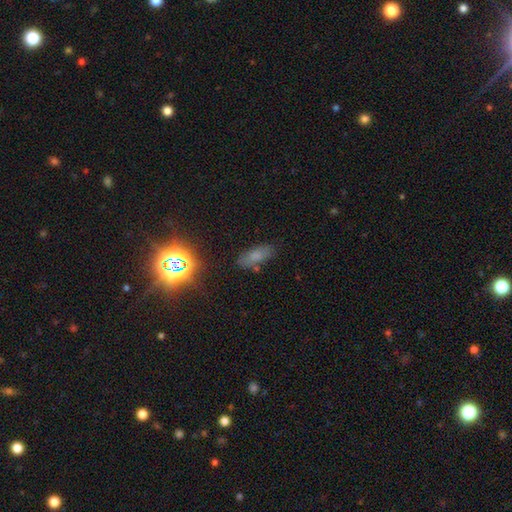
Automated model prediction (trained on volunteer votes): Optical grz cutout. It shows a smooth galaxy with no disk features (69%) that is in between round and cigar-shaped (77%). Merging: none (78%).